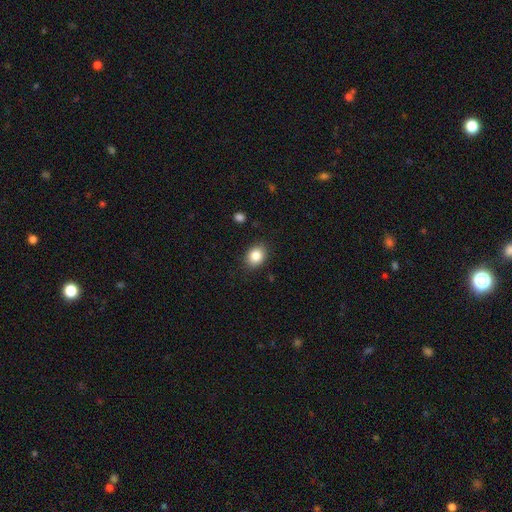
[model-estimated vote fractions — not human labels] A smooth galaxy with no disk features (85%) that is in between round and cigar-shaped (57%). Merging: none (87%).